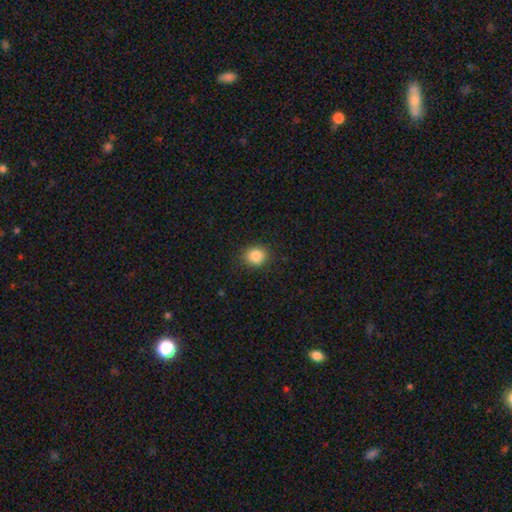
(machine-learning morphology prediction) The model was most divided on "how rounded": round: 75%, in between: 24%, cigar-shaped: 1%. More confident: merging — none (87%); smooth or featured — smooth (85%).